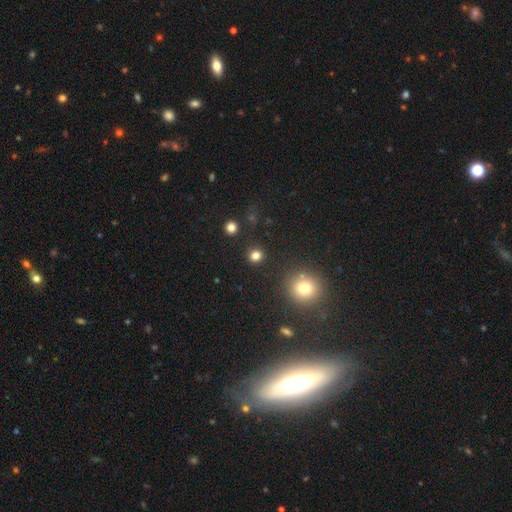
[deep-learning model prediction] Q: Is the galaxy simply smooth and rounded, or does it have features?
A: smooth — 80%.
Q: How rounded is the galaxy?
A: round — 91%.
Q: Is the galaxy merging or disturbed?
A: none — 90%.